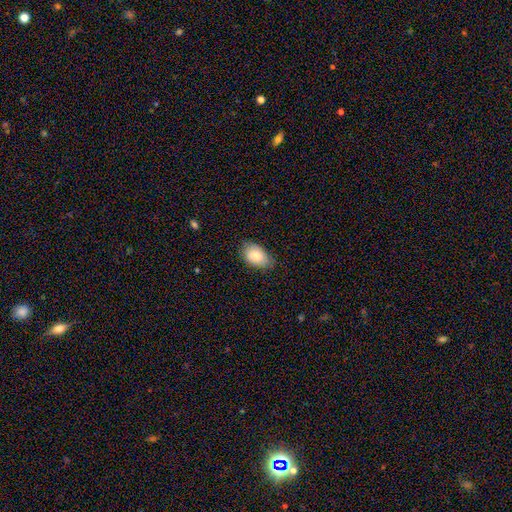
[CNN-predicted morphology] Smooth or featured?
  - smooth: 82% *
  - featured or disk: 11%
  - star or artifact: 7%
How rounded?
  - in between: 89% *
  - round: 9%
  - cigar-shaped: 1%
Merging?
  - none: 73% *
  - minor disturbance: 22%
  - major disturbance: 4%
  - merger: 1%